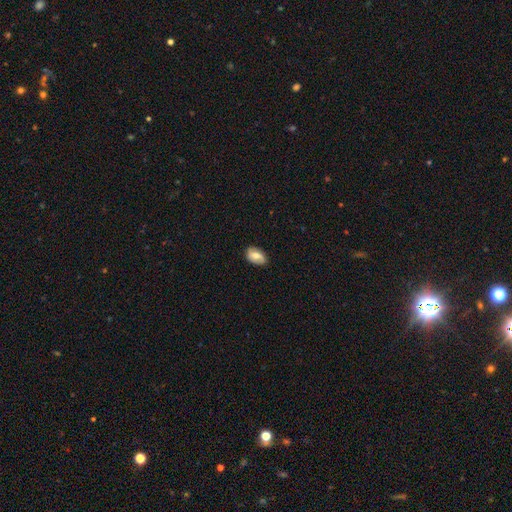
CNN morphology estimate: smooth 58%, featured or disk 34%, star or artifact 7%. Down the decision tree: how rounded — in between (90%); merging — none (83%).